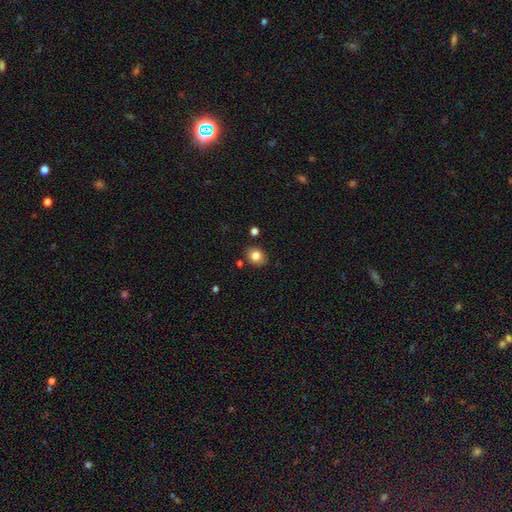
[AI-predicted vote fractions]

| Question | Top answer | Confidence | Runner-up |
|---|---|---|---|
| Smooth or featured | smooth | 82% | star or artifact (10%) |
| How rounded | round | 60% | in between (39%) |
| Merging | none | 85% | minor disturbance (9%) |